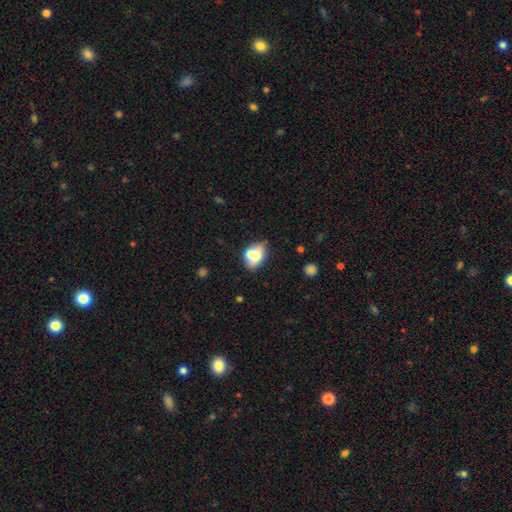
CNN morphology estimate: type=smooth (62%); roundness=in between (71%); merging=none (43%).